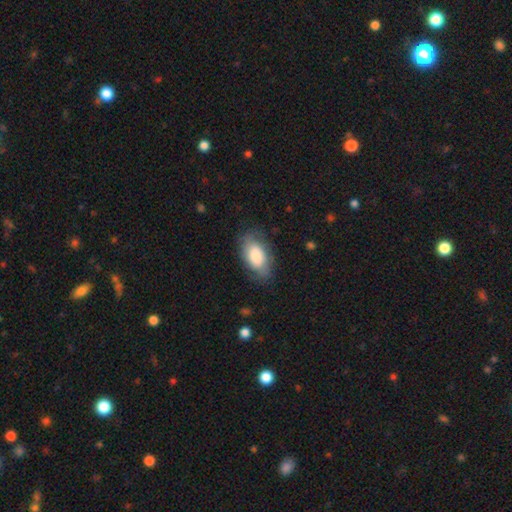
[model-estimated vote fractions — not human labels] smooth-or-featured: smooth: 77% | featured or disk: 17% | star or artifact: 6%
  how-rounded: in between: 93% | round: 4% | cigar-shaped: 3%
  merging: none: 74% | minor disturbance: 19% | major disturbance: 6% | merger: 1%